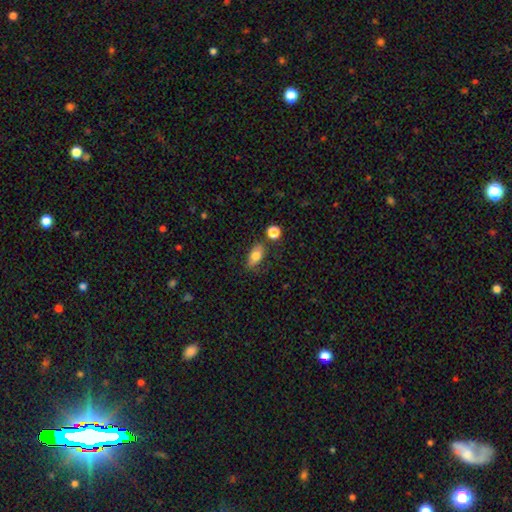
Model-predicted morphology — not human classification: smooth 77%, featured or disk 15%, star or artifact 8%. Down the decision tree: how rounded — in between (85%); merging — none (73%).